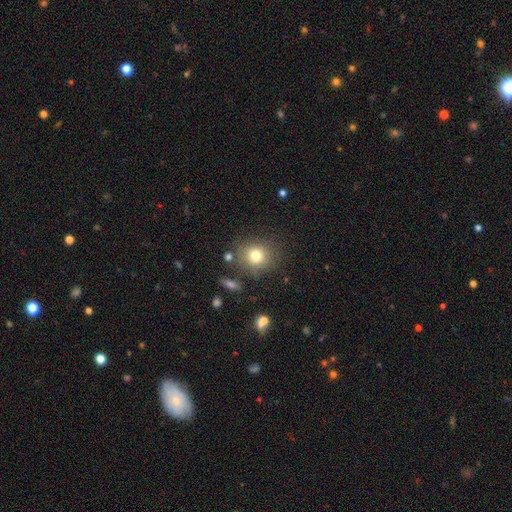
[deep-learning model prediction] The model was most divided on "how rounded": round: 79%, in between: 20%, cigar-shaped: 1%. More confident: smooth or featured — smooth (78%); merging — none (77%).